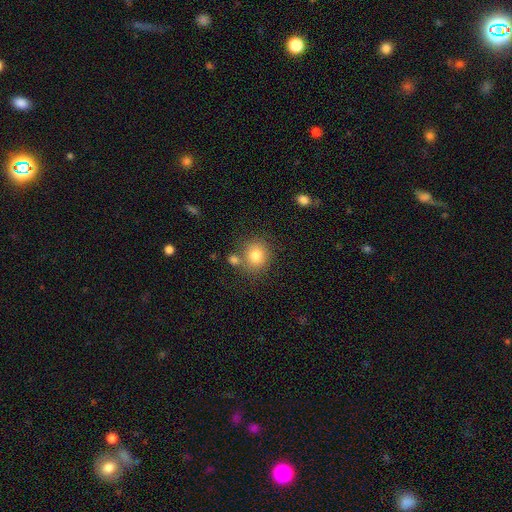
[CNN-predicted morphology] smooth 80%, star or artifact 10%, featured or disk 9%. Down the decision tree: how rounded — round (81%); merging — none (68%).